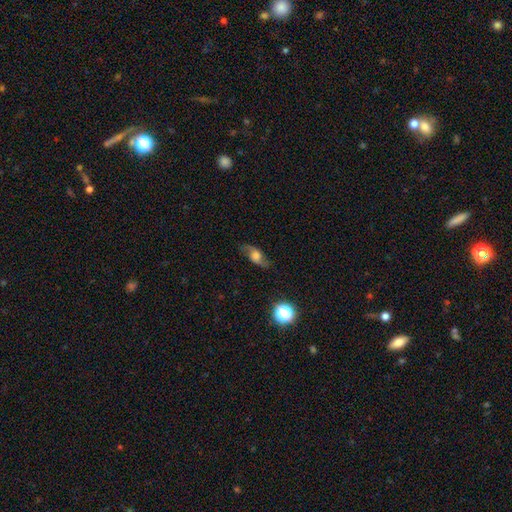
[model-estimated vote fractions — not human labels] Smooth or featured? featured or disk (55%)
Edge-on disk? no (77%)
Merging? none (76%)